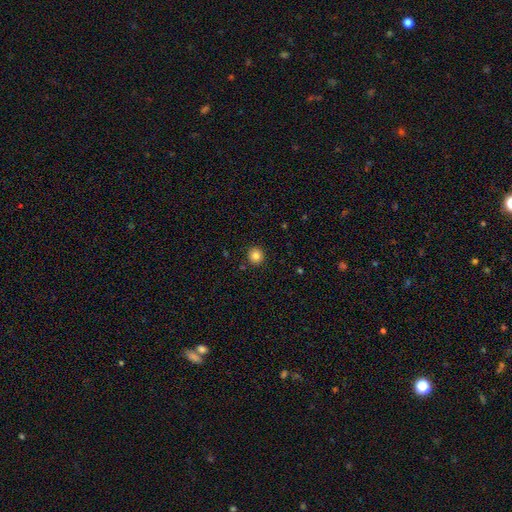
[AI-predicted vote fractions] This appears to be a smooth galaxy with no disk features (83%) that is round (94%). Merging: none (91%).